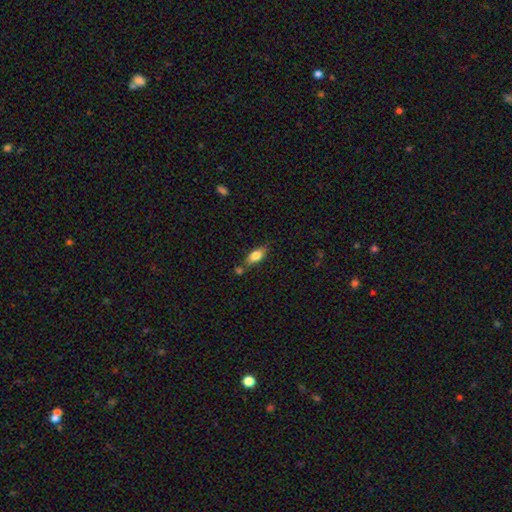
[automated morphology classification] Smooth or featured? Predicted: smooth (p=0.78). How rounded? Predicted: in between (p=0.81). Merging? Predicted: none (p=0.63).